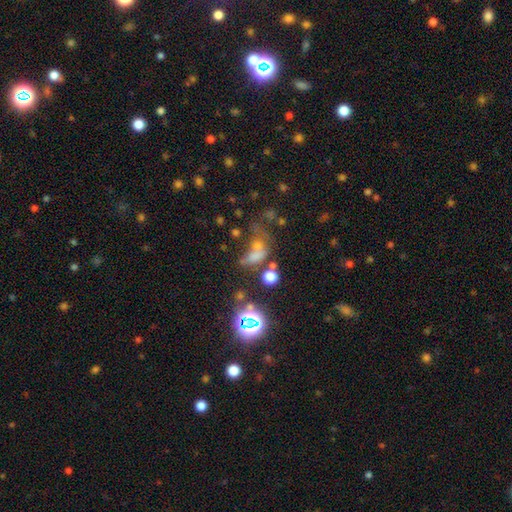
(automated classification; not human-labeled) The model was most divided on "merging": none: 30%, major disturbance: 27%, merger: 27%, minor disturbance: 16%. Remaining: smooth or featured — smooth (42%).